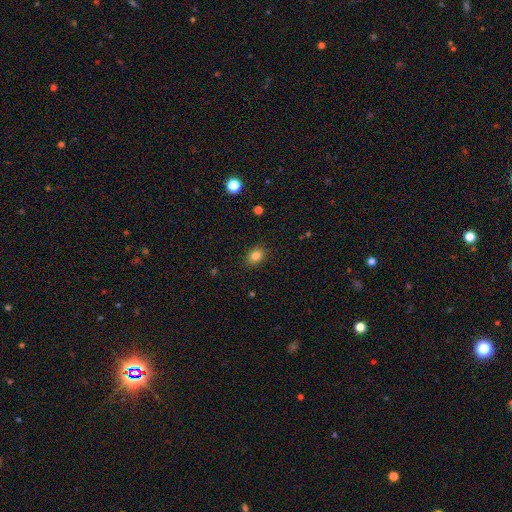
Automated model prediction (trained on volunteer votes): A smooth galaxy with no disk features (84%) that is in between round and cigar-shaped (60%).

Vote fractions:
- Smooth or featured? smooth: 84% / star or artifact: 11% / featured or disk: 6%
- How rounded? in between: 60% / round: 39% / cigar-shaped: 1%
- Merging? none: 87% / minor disturbance: 9% / major disturbance: 2% / merger: 1%